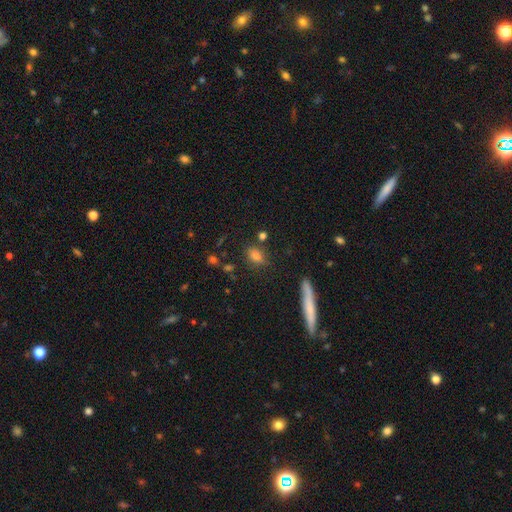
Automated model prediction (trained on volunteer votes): Smooth or featured: smooth — 73% (star or artifact — 14%)
How rounded: in between — 63% (round — 25%)
Merging: none — 78% (minor disturbance — 13%)